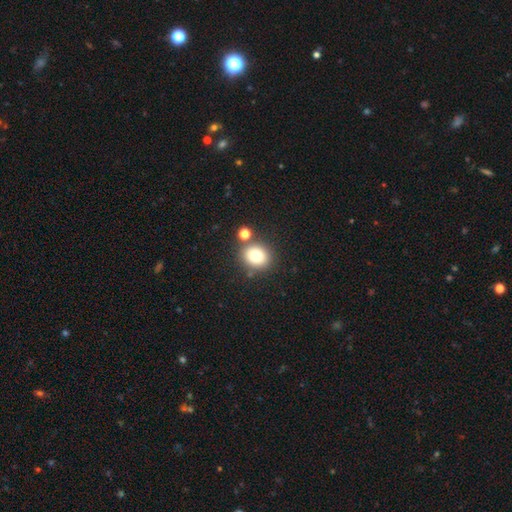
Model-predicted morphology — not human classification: smooth 77%, star or artifact 13%, featured or disk 10%. Down the decision tree: how rounded — round (77%); merging — none (76%).